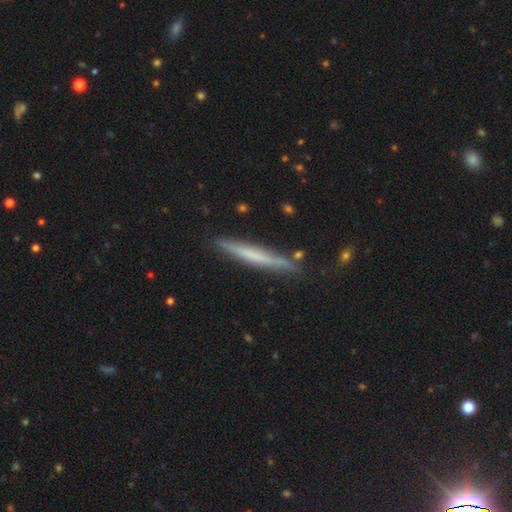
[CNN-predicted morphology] smooth-or-featured: smooth: 51% | featured or disk: 43% | star or artifact: 6%
  how-rounded: cigar-shaped: 96% | in between: 2% | round: 1%
  merging: none: 86% | minor disturbance: 10% | merger: 2% | major disturbance: 2%